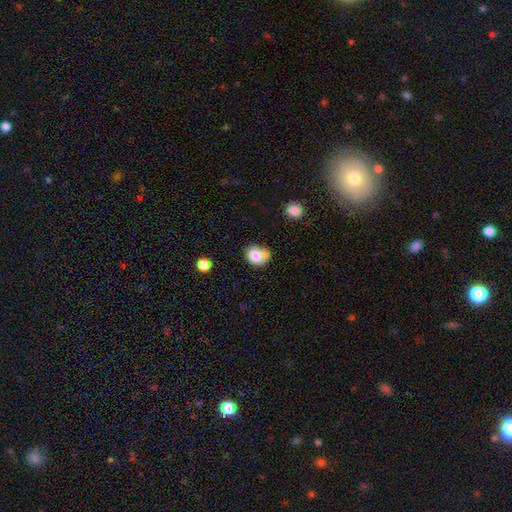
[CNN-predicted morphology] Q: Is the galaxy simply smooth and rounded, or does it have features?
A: smooth — 79%.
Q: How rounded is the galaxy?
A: round — 63%.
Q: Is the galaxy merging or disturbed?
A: none — 47%.